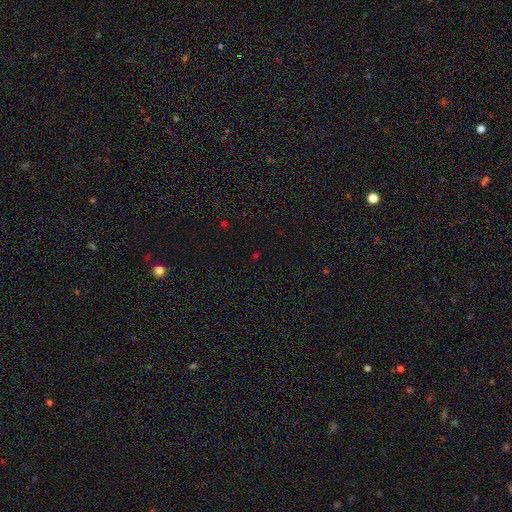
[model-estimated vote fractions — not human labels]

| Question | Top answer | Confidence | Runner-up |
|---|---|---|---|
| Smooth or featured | star or artifact | 62% | smooth (31%) |